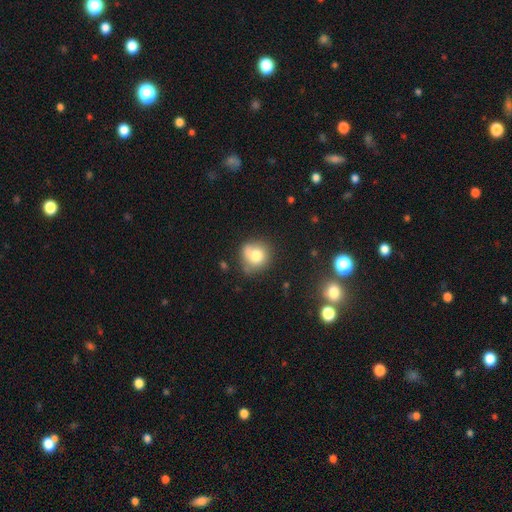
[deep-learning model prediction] Q: Smooth or featured?
A: smooth (74%); runner-up: featured or disk (15%)
Q: How rounded?
A: round (85%); runner-up: in between (14%)
Q: Merging?
A: none (59%); runner-up: minor disturbance (24%)